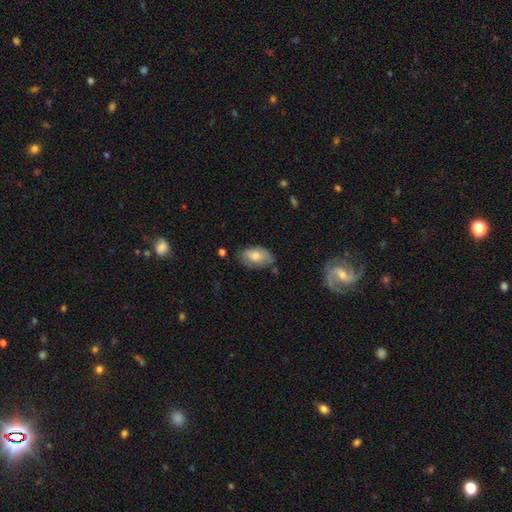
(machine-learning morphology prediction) Overall: smooth (69%). How rounded: in between (92%). Merging: none (58%; minor disturbance 31%).